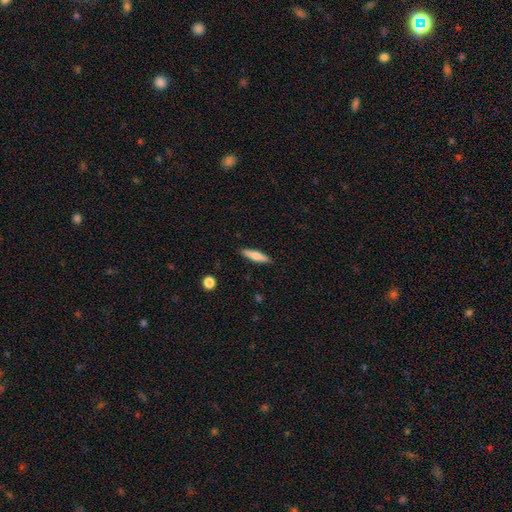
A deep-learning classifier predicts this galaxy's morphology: smooth_or_featured: smooth (p=0.66) [alt: featured or disk p=0.28]
how_rounded: cigar-shaped (p=0.76) [alt: in between p=0.22]
merging: none (p=0.88) [alt: minor disturbance p=0.09]